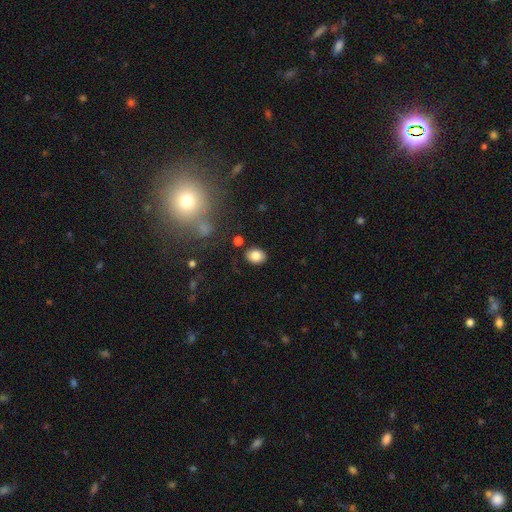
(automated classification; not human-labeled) This is clearly a smooth galaxy (82%). How rounded: likely in between (63%). Merging: clearly none (85%).